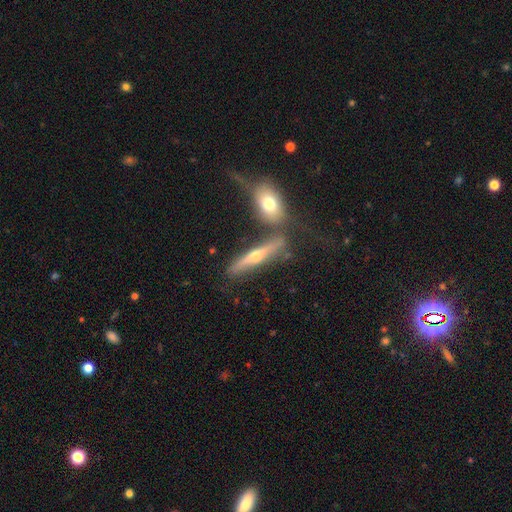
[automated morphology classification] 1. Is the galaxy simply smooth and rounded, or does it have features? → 67% featured or disk, 25% smooth, 8% star or artifact.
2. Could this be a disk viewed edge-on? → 85% yes, 15% no.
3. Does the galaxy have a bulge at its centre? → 88% rounded, 9% none, 4% boxy.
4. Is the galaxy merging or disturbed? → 52% none, 25% merger, 16% minor disturbance, 7% major disturbance.